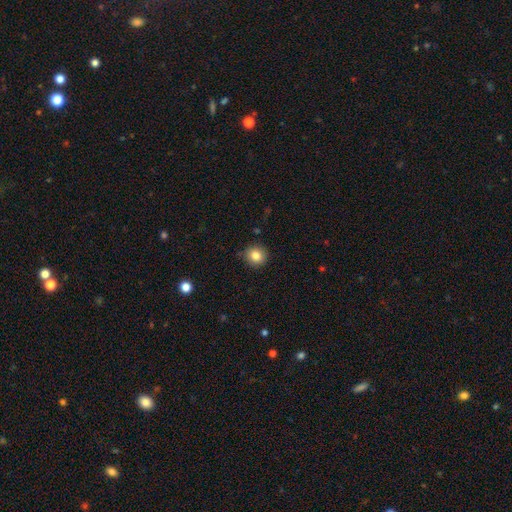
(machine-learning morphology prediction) This is clearly a smooth galaxy (84%). How rounded: clearly round (90%). Merging: clearly none (88%).